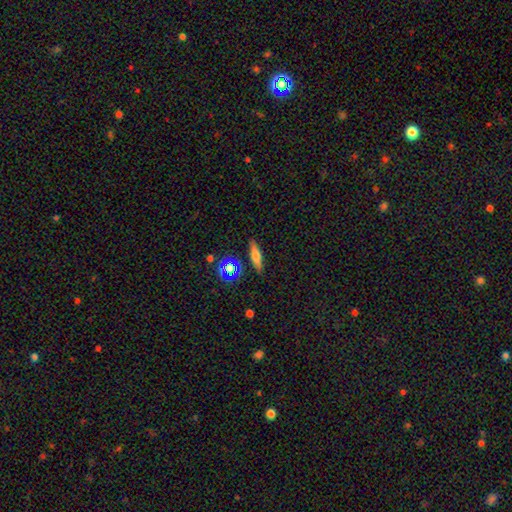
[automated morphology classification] The model was most divided on "how rounded": cigar-shaped: 64%, in between: 31%, round: 5%. More confident: merging — none (86%); smooth or featured — smooth (61%).